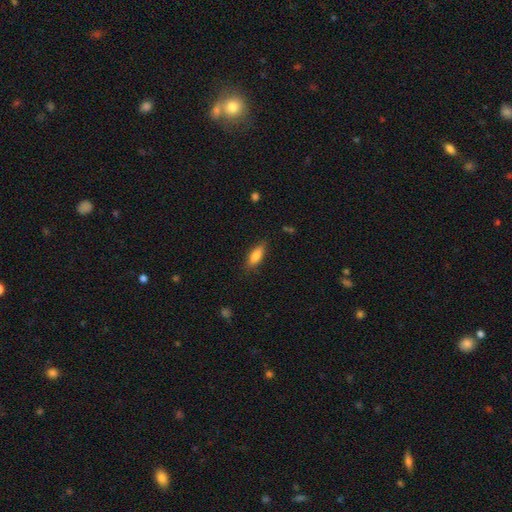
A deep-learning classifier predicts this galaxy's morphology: smooth 79%, featured or disk 14%, star or artifact 7%. Down the decision tree: how rounded — in between (63%); merging — none (81%).